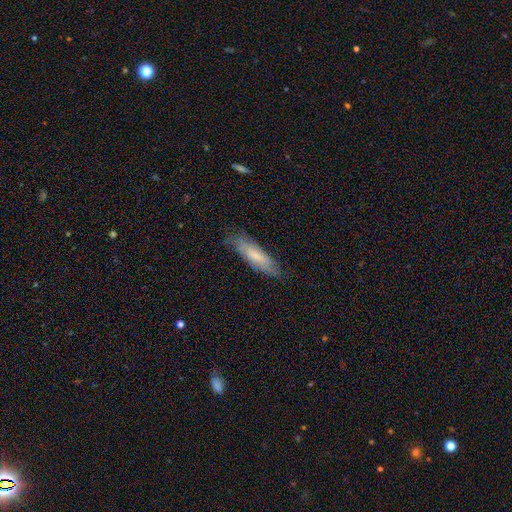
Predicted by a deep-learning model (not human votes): Smooth or featured? Predicted: smooth (p=0.63). How rounded? Predicted: cigar-shaped (p=0.61). Merging? Predicted: none (p=0.74).